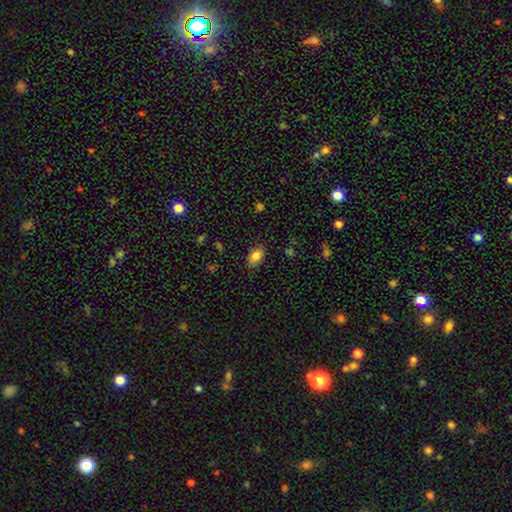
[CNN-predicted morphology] Smooth or featured?
  - smooth: 85% *
  - star or artifact: 9%
  - featured or disk: 6%
How rounded?
  - in between: 88% *
  - round: 10%
  - cigar-shaped: 2%
Merging?
  - none: 83% *
  - minor disturbance: 12%
  - major disturbance: 3%
  - merger: 1%